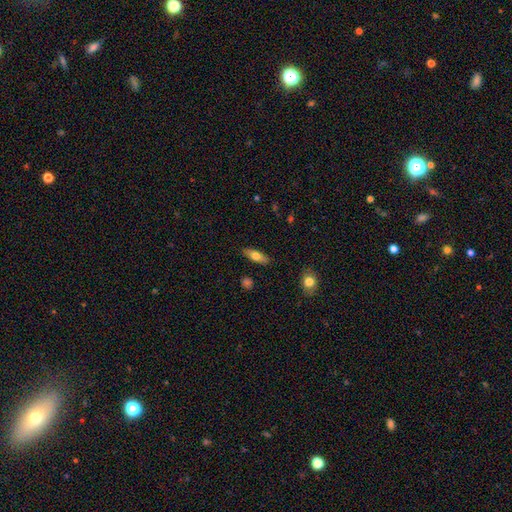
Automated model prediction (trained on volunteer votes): Smooth or featured?
  - smooth: 64% *
  - featured or disk: 29%
  - star or artifact: 7%
How rounded?
  - in between: 52% *
  - cigar-shaped: 45%
  - round: 3%
Merging?
  - none: 87% *
  - minor disturbance: 9%
  - major disturbance: 2%
  - merger: 1%